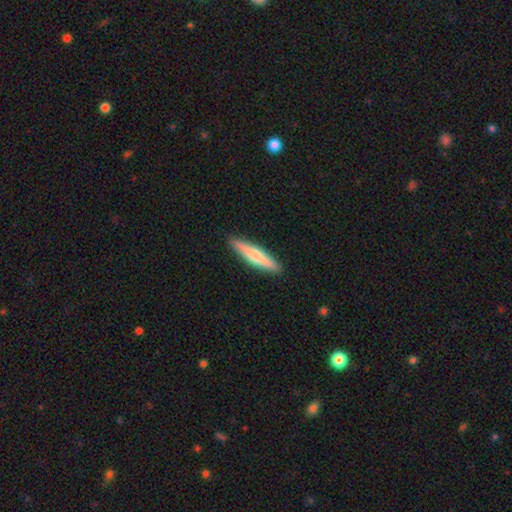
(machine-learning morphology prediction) Overall: smooth (59%; featured or disk 36%). How rounded: cigar-shaped (88%). Merging: none (90%).